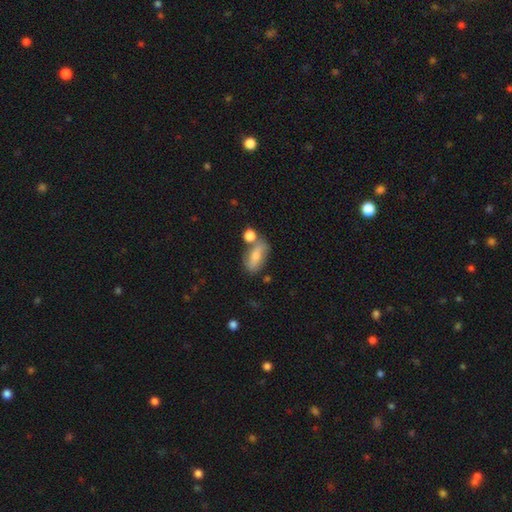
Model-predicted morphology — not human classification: The model was most divided on "merging": none: 52%, merger: 23%, minor disturbance: 17%, major disturbance: 7%. More confident: how rounded — in between (79%); smooth or featured — smooth (60%).